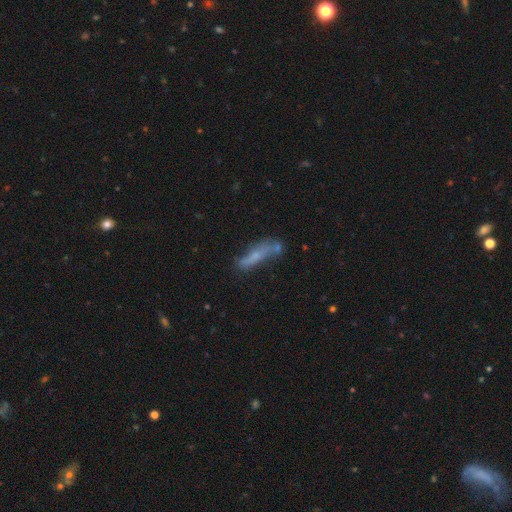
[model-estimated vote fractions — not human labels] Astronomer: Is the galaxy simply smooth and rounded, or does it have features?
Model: smooth — 50% (runner-up: featured or disk, 39%).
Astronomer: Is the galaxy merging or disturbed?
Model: none — 47% (runner-up: minor disturbance, 23%).